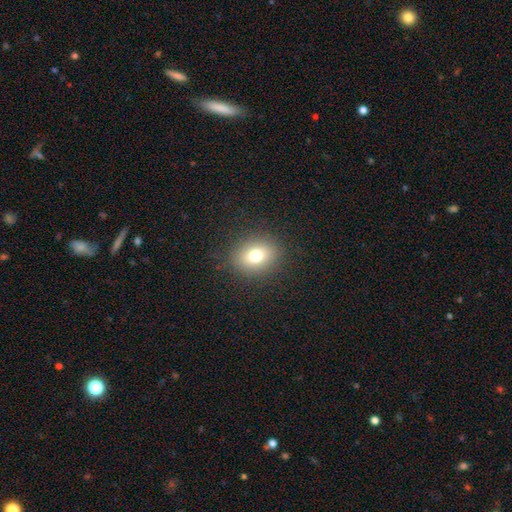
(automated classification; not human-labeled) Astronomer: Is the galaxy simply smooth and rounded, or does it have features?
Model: smooth — 75%.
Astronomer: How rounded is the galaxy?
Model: round — 59% (runner-up: in between, 40%).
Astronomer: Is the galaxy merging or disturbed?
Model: none — 87%.